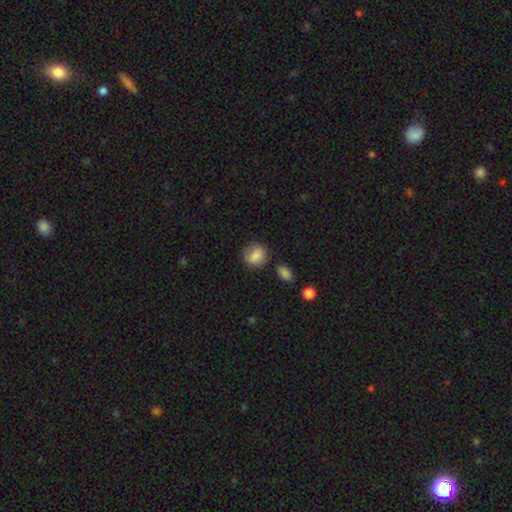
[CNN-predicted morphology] A smooth galaxy with no disk features (81%) that is round (63%).

Vote fractions:
- Smooth or featured? smooth: 81% / featured or disk: 10% / star or artifact: 9%
- How rounded? round: 63% / in between: 36% / cigar-shaped: 2%
- Merging? none: 71% / minor disturbance: 19% / major disturbance: 6% / merger: 5%